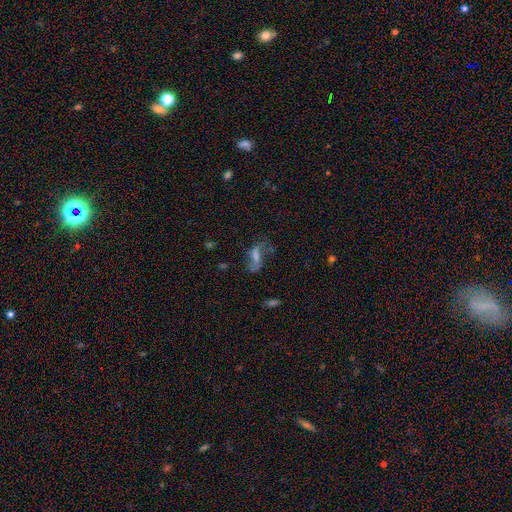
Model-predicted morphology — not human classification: smooth-or-featured: featured or disk: 51% | smooth: 37% | star or artifact: 12%
  disk-edge-on: no: 92% | yes: 8%
  merging: none: 44% | major disturbance: 27% | minor disturbance: 23% | merger: 6%